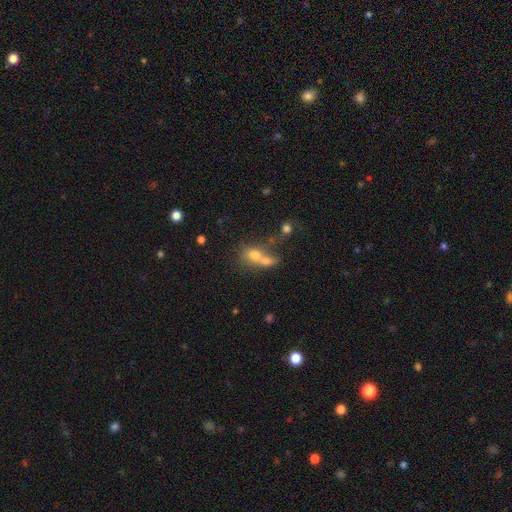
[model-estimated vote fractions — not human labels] Overall: smooth (62%; featured or disk 23%). How rounded: in between (55%; round 37%). Merging: merger (59%; none 24%).